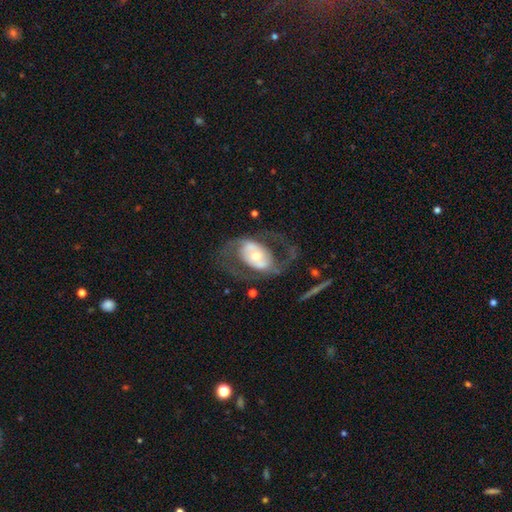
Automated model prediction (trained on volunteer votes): This is likely a featured or disk galaxy (77%). It is clearly not viewed edge-on (94%). Bar: possibly no (54%). Spiral arm pattern: likely yes (74%). Spiral arm count: clearly 2 (85%). Spiral winding: possibly medium (48%). Central bulge: possibly moderate (57%). Merging: possibly none (58%).